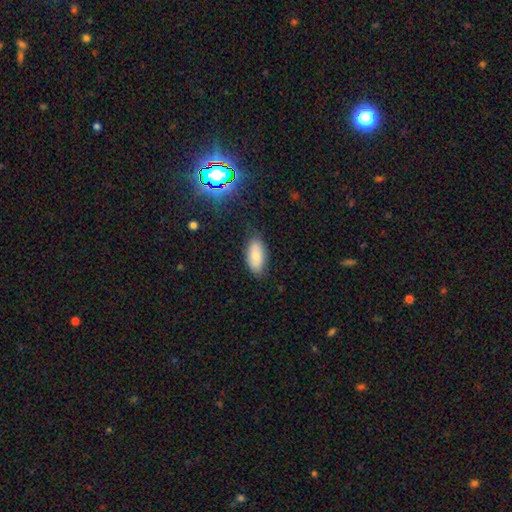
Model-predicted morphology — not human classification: smooth-or-featured: smooth: 75% | featured or disk: 17% | star or artifact: 8%
  how-rounded: in between: 92% | cigar-shaped: 5% | round: 3%
  merging: none: 77% | minor disturbance: 18% | major disturbance: 4% | merger: 2%